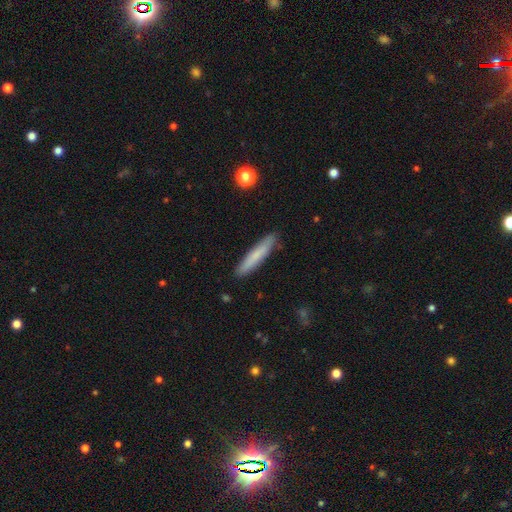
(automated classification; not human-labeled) This is likely a smooth galaxy (72%). How rounded: clearly cigar-shaped (92%). Merging: clearly none (89%).